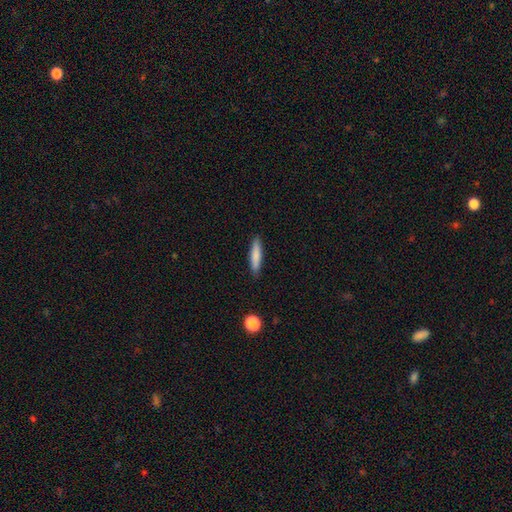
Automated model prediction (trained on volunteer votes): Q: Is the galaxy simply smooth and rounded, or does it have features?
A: smooth — 80%.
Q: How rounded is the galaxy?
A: cigar-shaped — 84%.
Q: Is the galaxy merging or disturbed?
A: none — 89%.